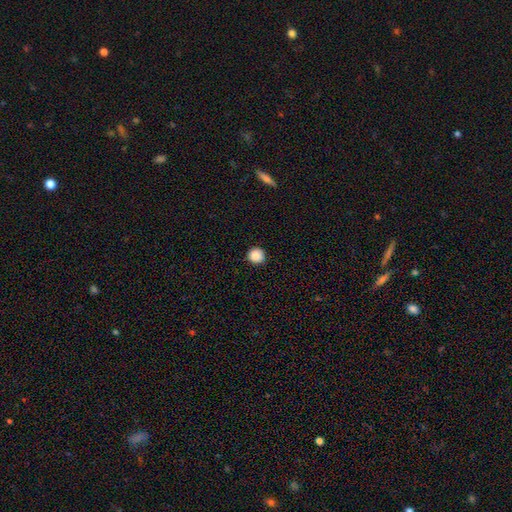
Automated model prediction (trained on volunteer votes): Morphology: type=smooth (87%); roundness=round (94%); merging=none (92%).